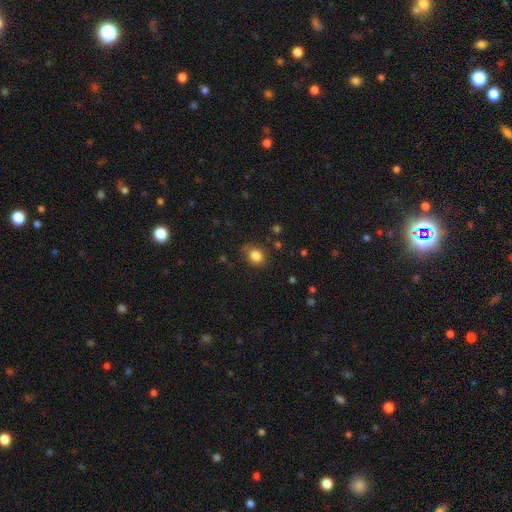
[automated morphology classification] Smooth or featured?
  - smooth: 83% *
  - star or artifact: 10%
  - featured or disk: 6%
How rounded?
  - round: 59% *
  - in between: 41%
  - cigar-shaped: 1%
Merging?
  - none: 72% *
  - minor disturbance: 20%
  - major disturbance: 6%
  - merger: 2%